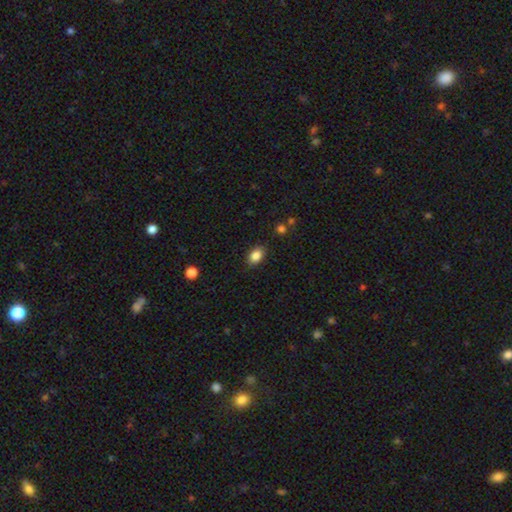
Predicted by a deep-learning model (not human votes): Smooth or featured? smooth (85%)
How rounded? in between (79%)
Merging? none (86%)